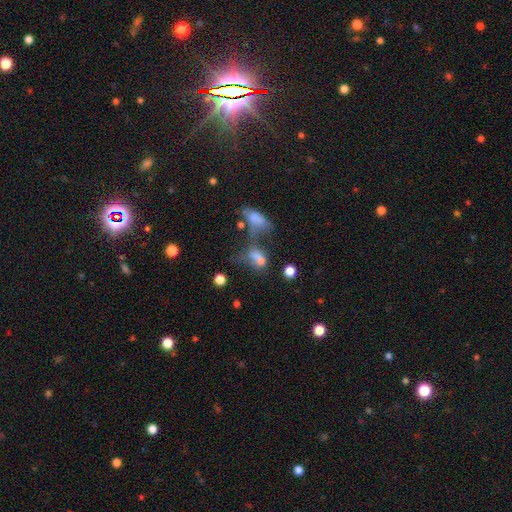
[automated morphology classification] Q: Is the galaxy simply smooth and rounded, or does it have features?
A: smooth — 55%.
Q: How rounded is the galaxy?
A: in between — 73%.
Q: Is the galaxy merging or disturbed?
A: merger — 42%.